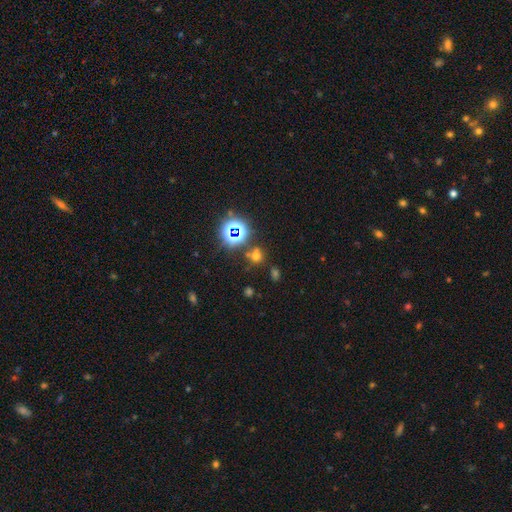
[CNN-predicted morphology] Smooth or featured?
  - smooth: 51% *
  - star or artifact: 40%
  - featured or disk: 9%
How rounded?
  - round: 81% *
  - in between: 18%
  - cigar-shaped: 1%
Merging?
  - none: 72% *
  - merger: 14%
  - minor disturbance: 10%
  - major disturbance: 4%